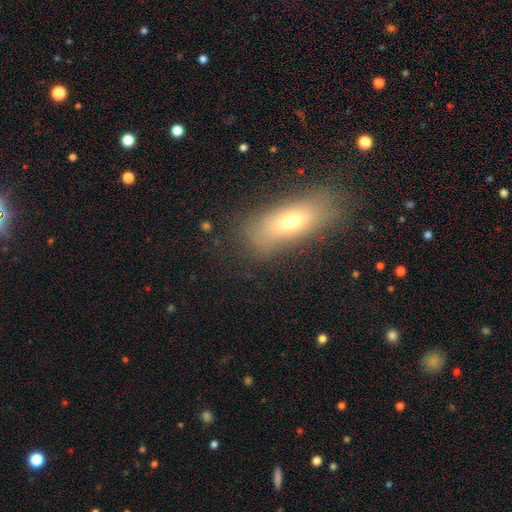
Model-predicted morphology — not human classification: Smooth or featured? smooth (61%)
How rounded? in between (64%)
Merging? none (77%)